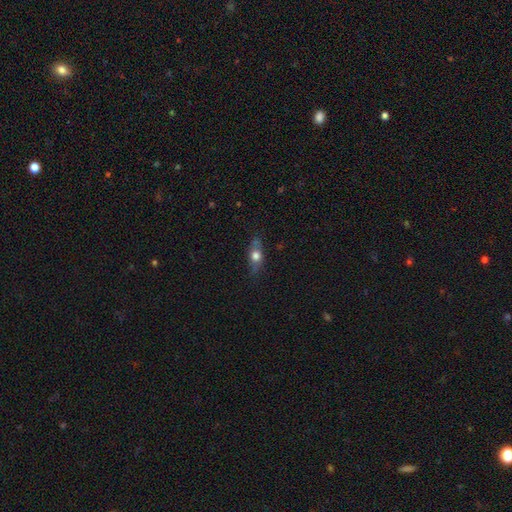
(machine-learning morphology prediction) smooth 59%, featured or disk 33%, star or artifact 9%. Down the decision tree: how rounded — in between (60%); merging — none (74%).